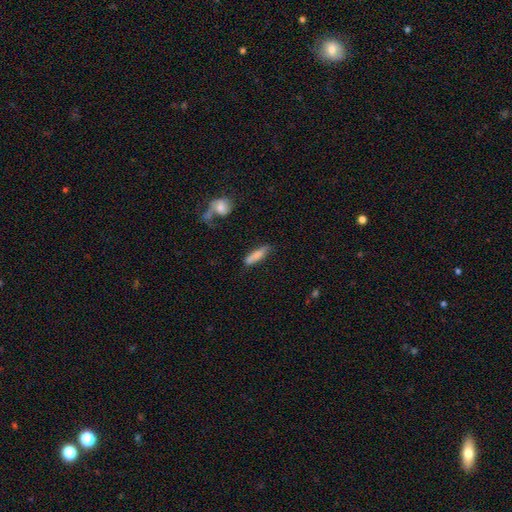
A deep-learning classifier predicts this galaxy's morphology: Smooth or featured?
  - smooth: 78% *
  - featured or disk: 16%
  - star or artifact: 6%
How rounded?
  - cigar-shaped: 69% *
  - in between: 29%
  - round: 2%
Merging?
  - none: 65% *
  - minor disturbance: 21%
  - major disturbance: 7%
  - merger: 6%